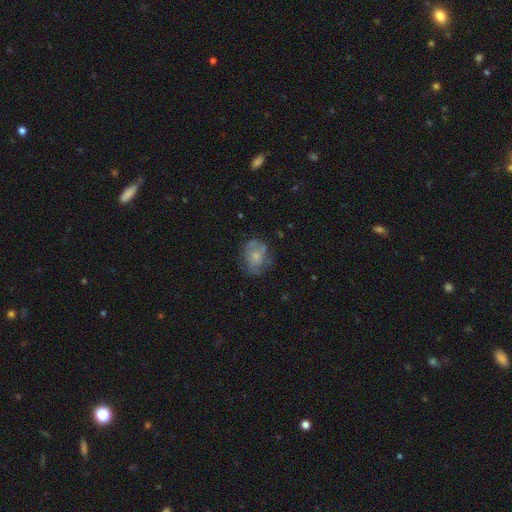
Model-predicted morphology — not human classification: A smooth galaxy with no disk features (50%).

Vote fractions:
- Smooth or featured? smooth: 50% / featured or disk: 42% / star or artifact: 9%
- Merging? none: 56% / minor disturbance: 26% / major disturbance: 15% / merger: 2%